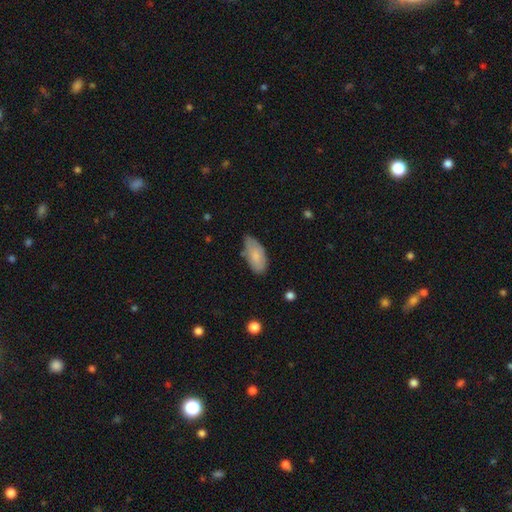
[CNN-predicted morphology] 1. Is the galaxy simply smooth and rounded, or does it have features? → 79% smooth, 15% featured or disk, 6% star or artifact.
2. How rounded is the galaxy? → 92% in between, 6% cigar-shaped, 2% round.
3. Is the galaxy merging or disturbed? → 56% none, 34% minor disturbance, 6% major disturbance, 3% merger.